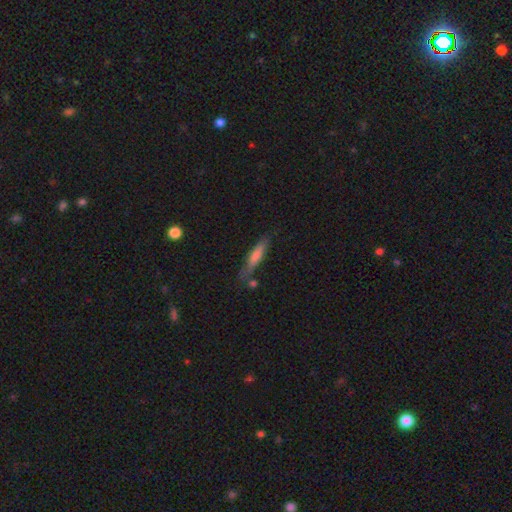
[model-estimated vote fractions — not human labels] smooth 66%, featured or disk 27%, star or artifact 7%. Down the decision tree: how rounded — cigar-shaped (83%); merging — none (68%).